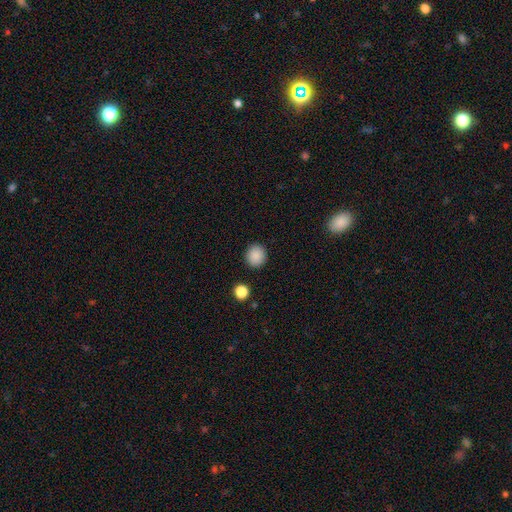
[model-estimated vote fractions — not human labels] A smooth galaxy with no disk features (88%) that is round (90%). Merging: none (91%).